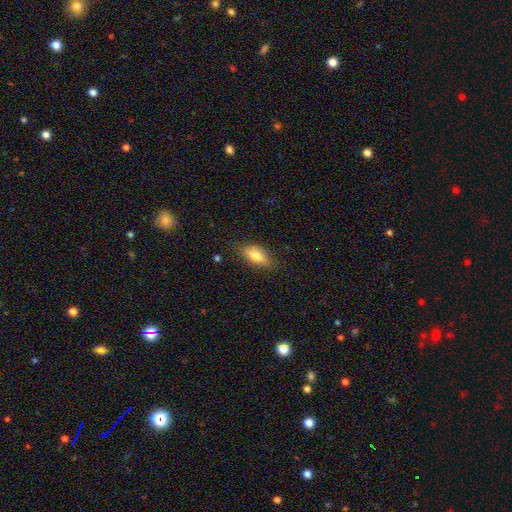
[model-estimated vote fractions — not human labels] Smooth or featured: smooth — 67% (featured or disk — 25%)
How rounded: in between — 80% (cigar-shaped — 16%)
Merging: none — 78% (minor disturbance — 17%)